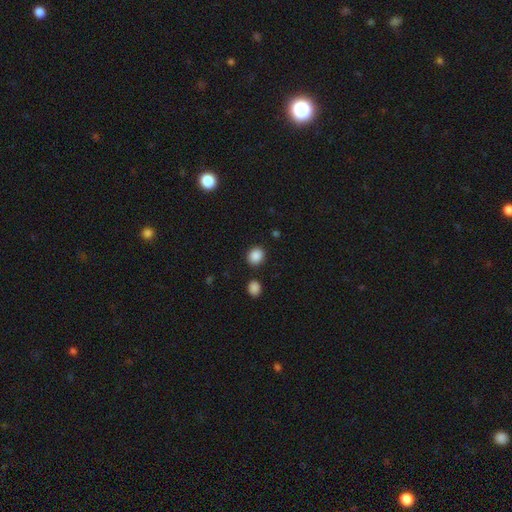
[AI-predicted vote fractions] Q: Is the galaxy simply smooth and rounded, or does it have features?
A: smooth — 88%.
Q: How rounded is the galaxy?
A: round — 69%.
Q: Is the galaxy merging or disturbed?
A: none — 86%.